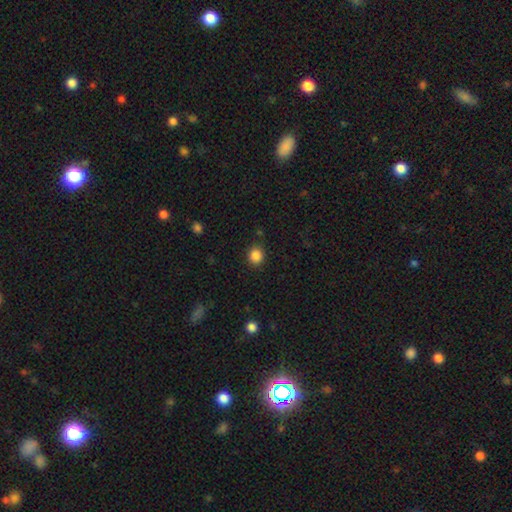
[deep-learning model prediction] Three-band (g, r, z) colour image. It shows a smooth galaxy with no disk features (86%) that is round (85%). Merging: none (88%).